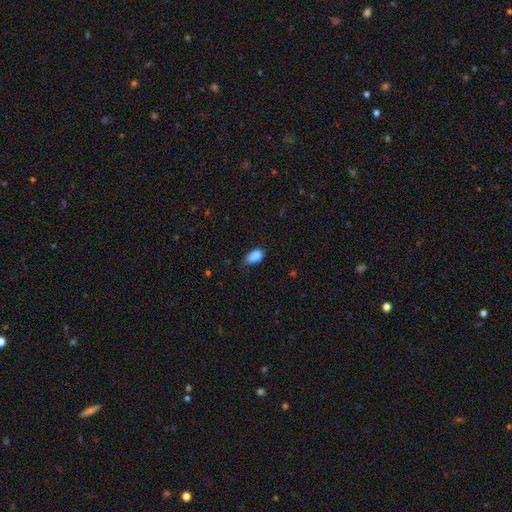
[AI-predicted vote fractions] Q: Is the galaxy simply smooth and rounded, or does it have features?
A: smooth — 85%.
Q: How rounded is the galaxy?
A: in between — 87%.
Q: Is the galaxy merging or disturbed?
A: none — 44%.